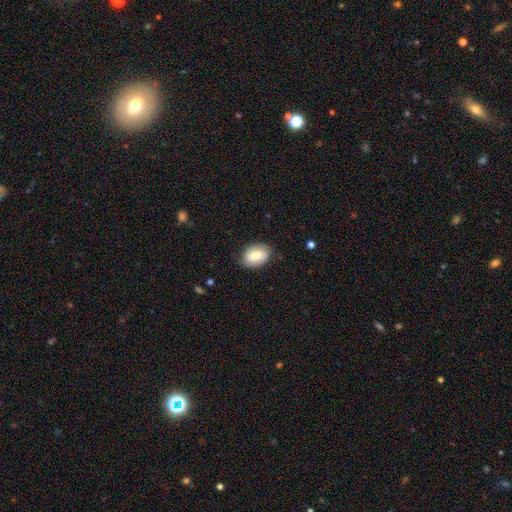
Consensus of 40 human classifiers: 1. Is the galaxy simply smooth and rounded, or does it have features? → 75% smooth, 15% featured or disk, 10% star or artifact.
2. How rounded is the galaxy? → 83% in between, 17% round, 0% cigar-shaped.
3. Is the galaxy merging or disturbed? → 86% none, 8% minor disturbance, 6% major disturbance, 0% merger.